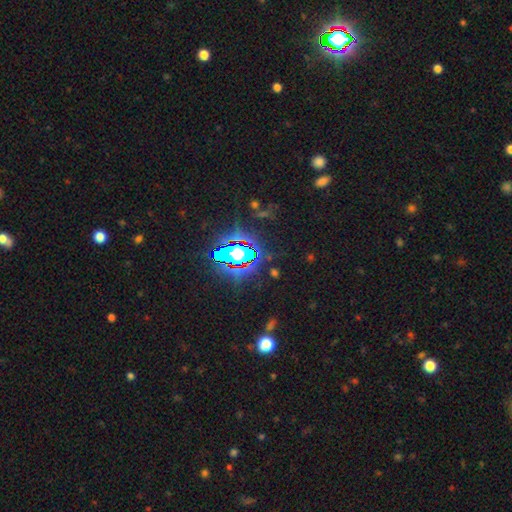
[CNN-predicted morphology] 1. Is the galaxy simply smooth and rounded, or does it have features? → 79% star or artifact, 12% smooth, 9% featured or disk.